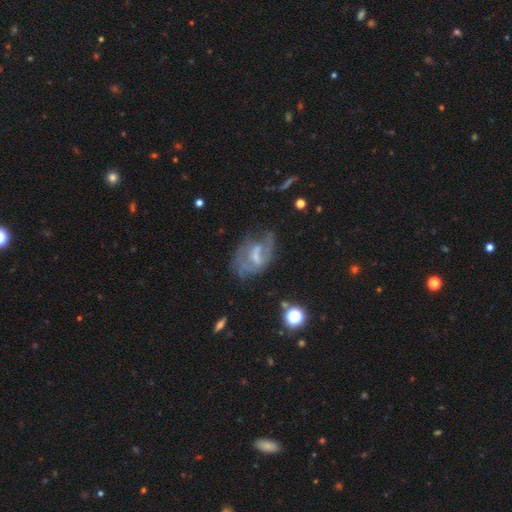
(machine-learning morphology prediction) This is likely a featured or disk galaxy (69%). It is clearly not viewed edge-on (95%). Bar: possibly weak (49%). Spiral arm pattern: likely yes (65%). Central bulge: marginally small (32%). Merging: marginally none (44%).